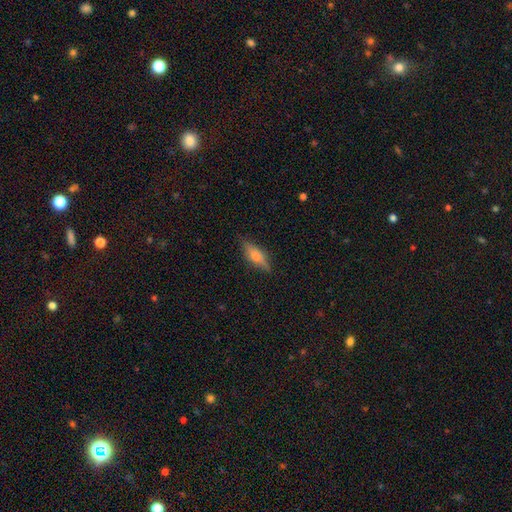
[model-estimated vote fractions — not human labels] featured or disk 51%, smooth 41%, star or artifact 8%. Down the decision tree: edge-on disk — yes (92%); merging — none (85%).